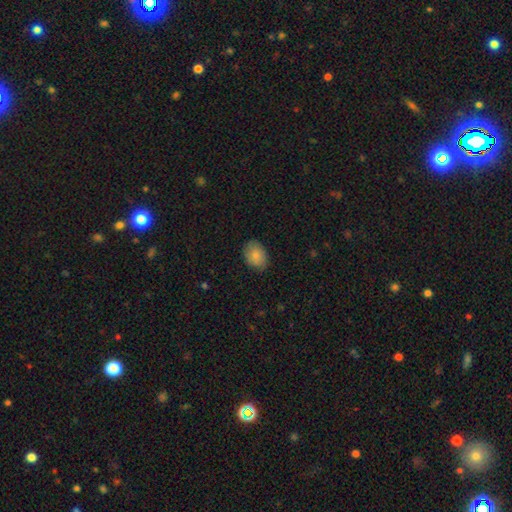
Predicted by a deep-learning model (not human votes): Smooth or featured? smooth (82%)
How rounded? in between (72%)
Merging? none (81%)